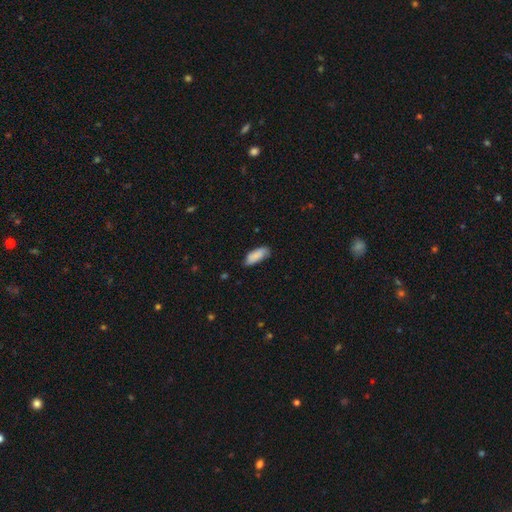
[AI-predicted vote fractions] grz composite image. It shows a smooth galaxy with no disk features (86%) that is in between round and cigar-shaped (75%). Merging: none (74%).